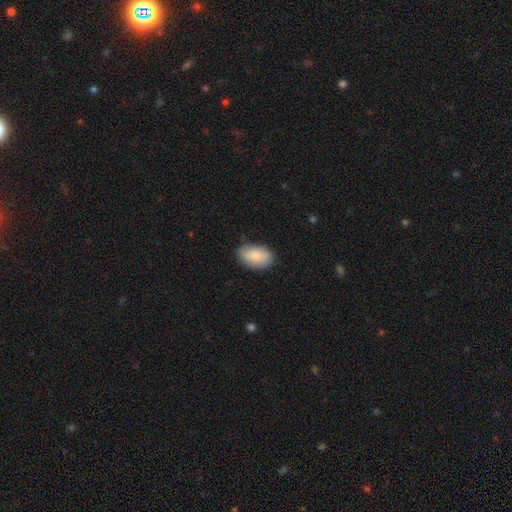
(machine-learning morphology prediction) Overall: smooth (87%). How rounded: in between (93%). Merging: none (77%).